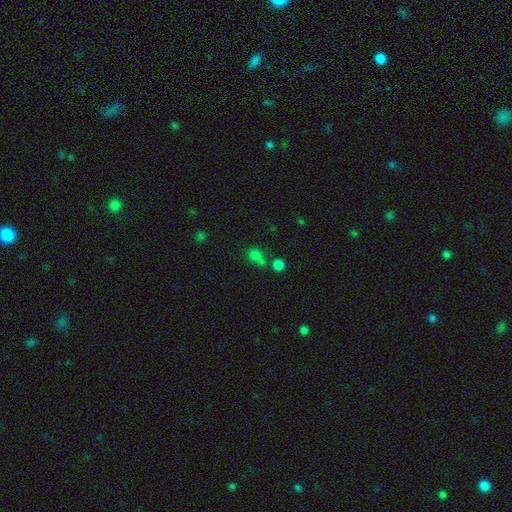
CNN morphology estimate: A smooth galaxy with no disk features (70%) that is round (53%). Merging: none (46%).